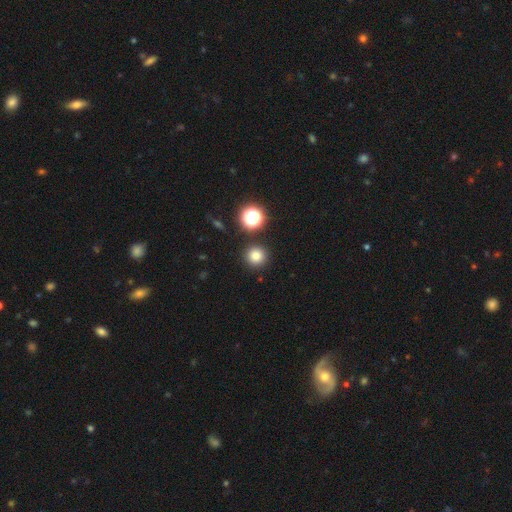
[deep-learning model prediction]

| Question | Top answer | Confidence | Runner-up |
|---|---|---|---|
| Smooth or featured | smooth | 79% | star or artifact (15%) |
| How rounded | round | 95% | in between (4%) |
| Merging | none | 89% | minor disturbance (6%) |